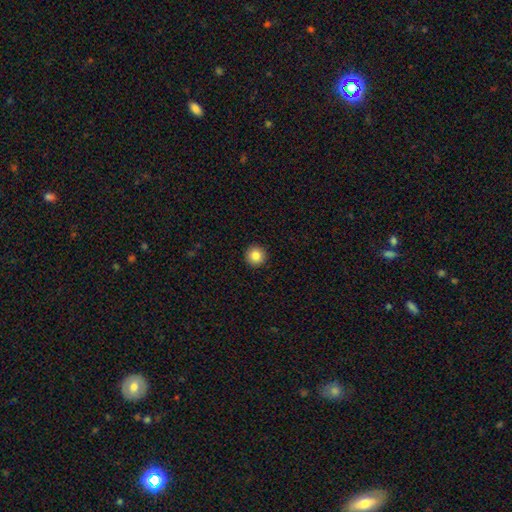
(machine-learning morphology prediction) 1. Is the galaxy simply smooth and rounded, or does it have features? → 85% smooth, 9% star or artifact, 6% featured or disk.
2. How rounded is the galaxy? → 96% round, 3% in between, 1% cigar-shaped.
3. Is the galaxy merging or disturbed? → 93% none, 4% minor disturbance, 1% major disturbance, 1% merger.